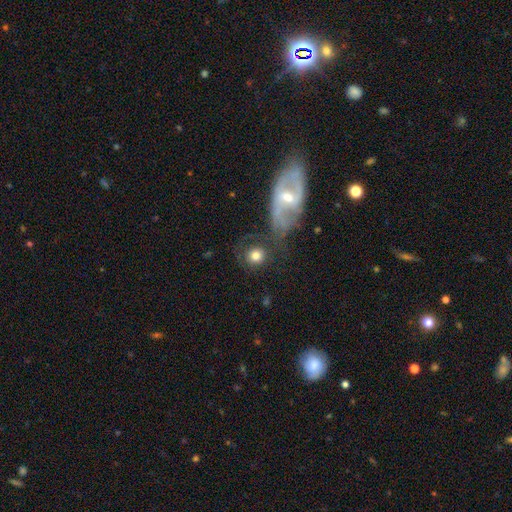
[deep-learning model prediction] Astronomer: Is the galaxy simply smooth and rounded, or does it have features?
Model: smooth — 76%.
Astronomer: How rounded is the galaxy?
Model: round — 88%.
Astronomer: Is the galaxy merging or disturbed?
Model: none — 63%.